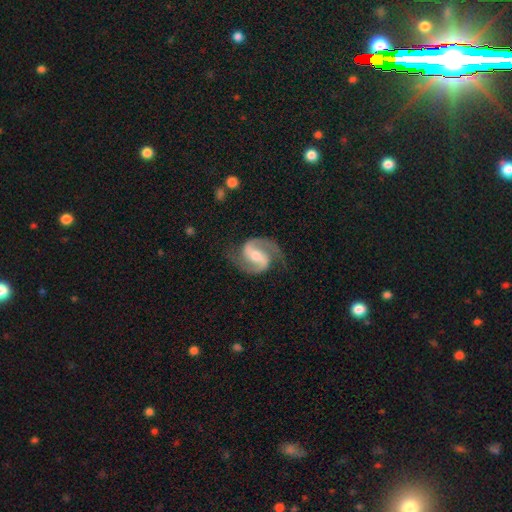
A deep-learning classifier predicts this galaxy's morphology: Smooth or featured?
  - featured or disk: 92% *
  - smooth: 4%
  - star or artifact: 4%
Edge-on disk?
  - no: 98% *
  - yes: 2%
Bar?
  - weak: 42% *
  - strong: 36%
  - no: 21%
Spiral arms?
  - yes: 98% *
  - no: 2%
Spiral winding?
  - medium: 63% *
  - tight: 19%
  - loose: 18%
Spiral arm count?
  - 2: 94% *
  - can't tell: 2%
  - 1: 1%
  - 3: 1%
  - 4: 1%
  - more than 4: 1%
Bulge size?
  - moderate: 54% *
  - small: 36%
  - large: 5%
  - none: 3%
  - dominant: 1%
Merging?
  - none: 79% *
  - minor disturbance: 14%
  - major disturbance: 6%
  - merger: 1%